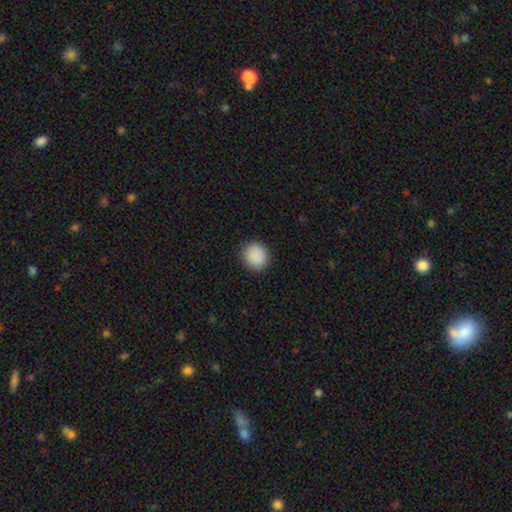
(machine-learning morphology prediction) Q: Smooth or featured?
A: smooth (89%); runner-up: star or artifact (8%)
Q: How rounded?
A: round (86%); runner-up: in between (13%)
Q: Merging?
A: none (89%); runner-up: minor disturbance (7%)